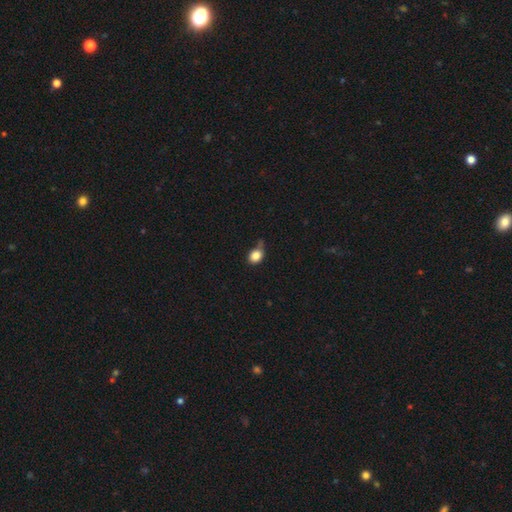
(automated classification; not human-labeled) smooth-or-featured: smooth: 84% | star or artifact: 10% | featured or disk: 6%
  how-rounded: round: 52% | in between: 46% | cigar-shaped: 1%
  merging: none: 50% | minor disturbance: 32% | major disturbance: 10% | merger: 8%